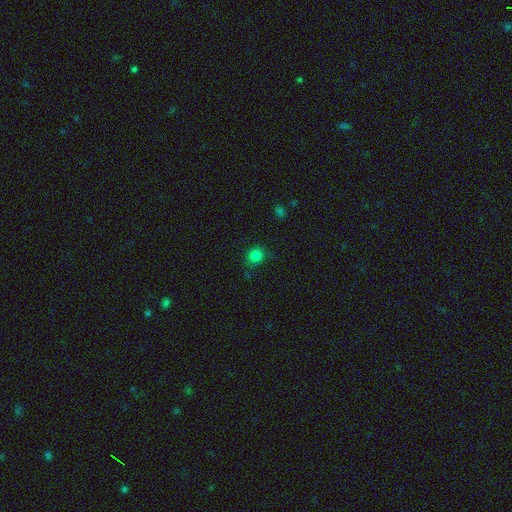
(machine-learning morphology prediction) type=smooth (81%); roundness=round (86%); merging=none (78%).